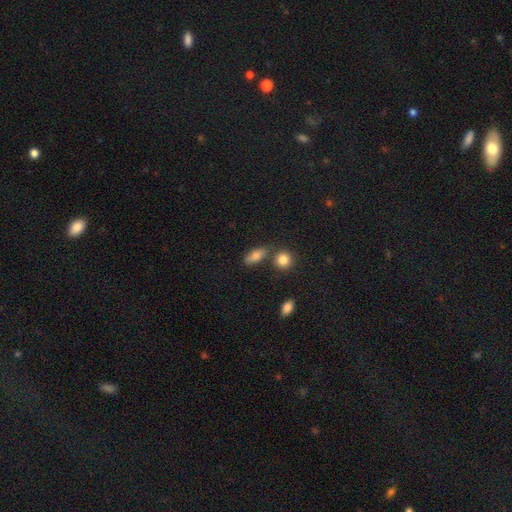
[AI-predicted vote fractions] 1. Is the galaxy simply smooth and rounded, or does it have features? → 78% smooth, 13% featured or disk, 9% star or artifact.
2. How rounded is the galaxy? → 76% in between, 14% cigar-shaped, 10% round.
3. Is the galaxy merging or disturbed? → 66% none, 15% minor disturbance, 14% merger, 5% major disturbance.